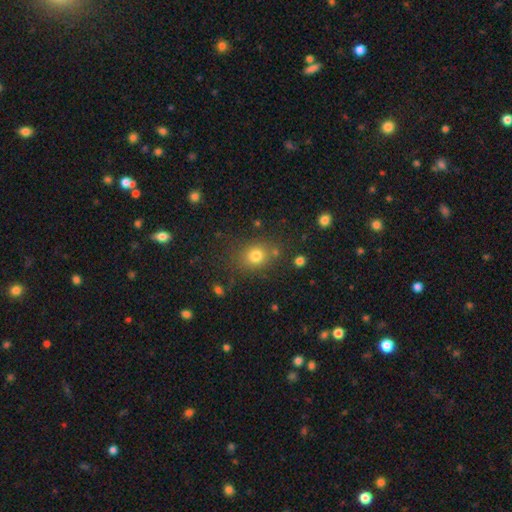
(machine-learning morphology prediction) This is likely a smooth galaxy (78%). How rounded: likely round (69%). Merging: likely none (76%).